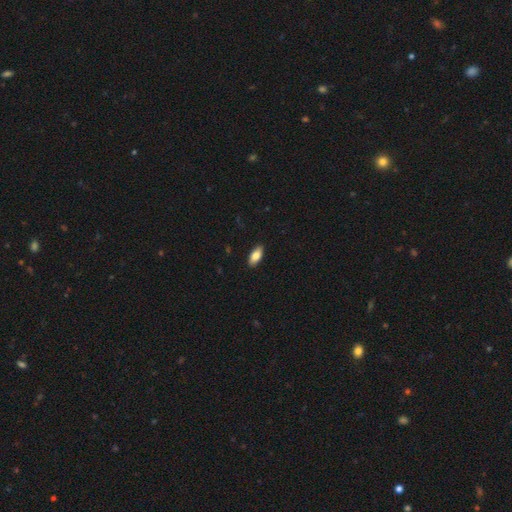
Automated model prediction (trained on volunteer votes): Q: Smooth or featured?
A: smooth (80%); runner-up: featured or disk (13%)
Q: How rounded?
A: in between (87%); runner-up: cigar-shaped (10%)
Q: Merging?
A: none (89%); runner-up: minor disturbance (8%)